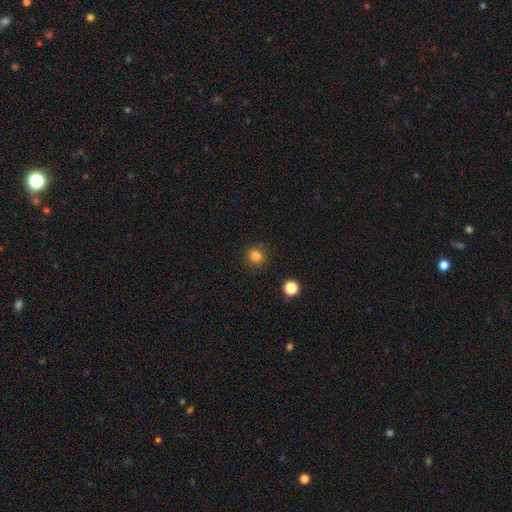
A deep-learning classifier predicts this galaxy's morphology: Smooth or featured? smooth (82%)
How rounded? round (86%)
Merging? none (86%)